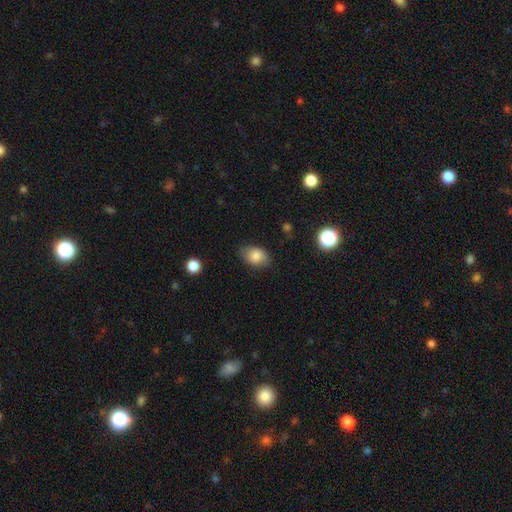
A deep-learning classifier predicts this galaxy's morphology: This appears to be a smooth galaxy with no disk features (83%) that is in between round and cigar-shaped (76%). Merging: none (75%).